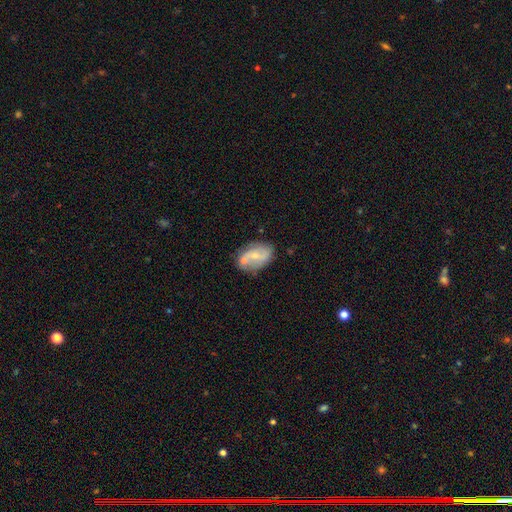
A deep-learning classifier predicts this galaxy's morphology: smooth_or_featured: featured or disk (p=0.53) [alt: smooth p=0.40]
disk_edge_on: no (p=0.95) [alt: yes p=0.05]
bar: no (p=0.47) [alt: weak p=0.38]
has_spiral_arms: yes (p=0.67) [alt: no p=0.33]
bulge_size: small (p=0.60) [alt: moderate p=0.33]
merging: none (p=0.57) [alt: merger p=0.19]